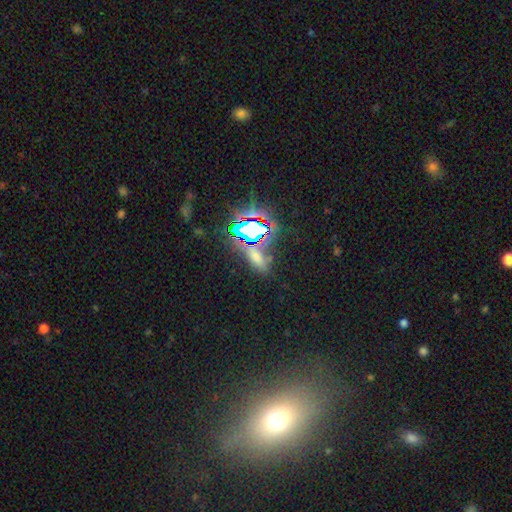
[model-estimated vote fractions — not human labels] Q: Smooth or featured?
A: star or artifact (57%); runner-up: smooth (31%)